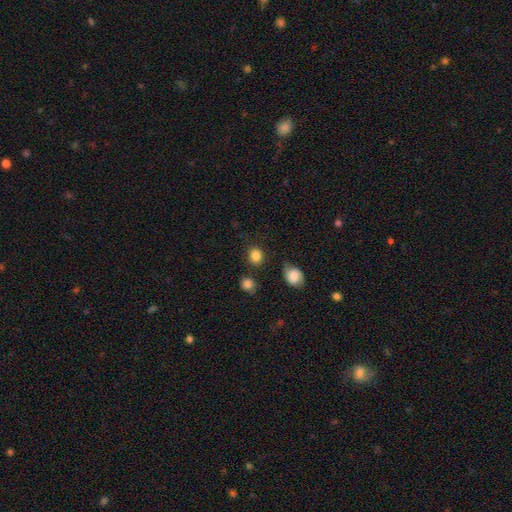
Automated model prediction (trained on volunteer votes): A smooth galaxy with no disk features (85%) that is round (65%). Merging: none (79%).